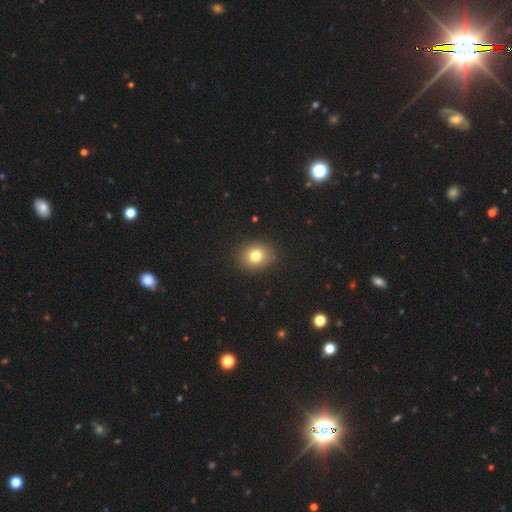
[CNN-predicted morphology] A smooth galaxy with no disk features (79%) that is round (65%).

Vote fractions:
- Smooth or featured? smooth: 79% / star or artifact: 12% / featured or disk: 9%
- How rounded? round: 65% / in between: 34% / cigar-shaped: 1%
- Merging? none: 90% / minor disturbance: 7% / major disturbance: 2% / merger: 1%